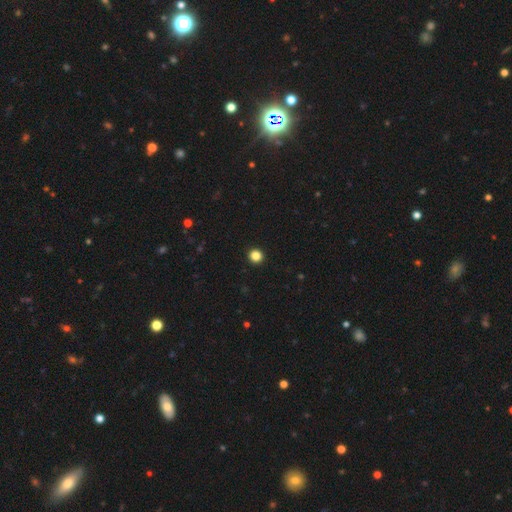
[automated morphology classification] The model was most divided on "smooth or featured": smooth: 85%, star or artifact: 12%, featured or disk: 3%. More confident: merging — none (94%); how rounded — round (93%).